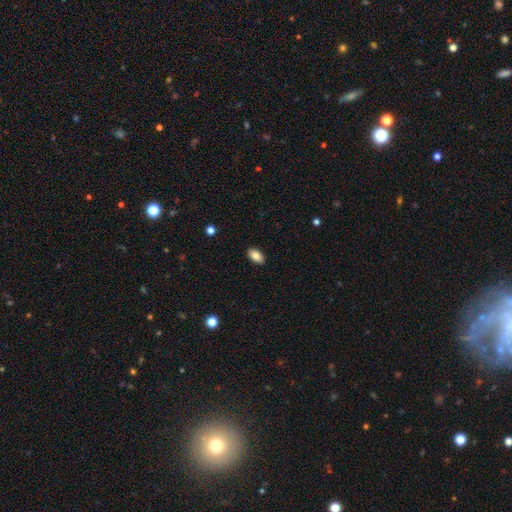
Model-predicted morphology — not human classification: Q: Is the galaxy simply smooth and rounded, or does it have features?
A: smooth — 83%.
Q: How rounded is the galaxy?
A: in between — 94%.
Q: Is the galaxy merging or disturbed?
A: none — 90%.